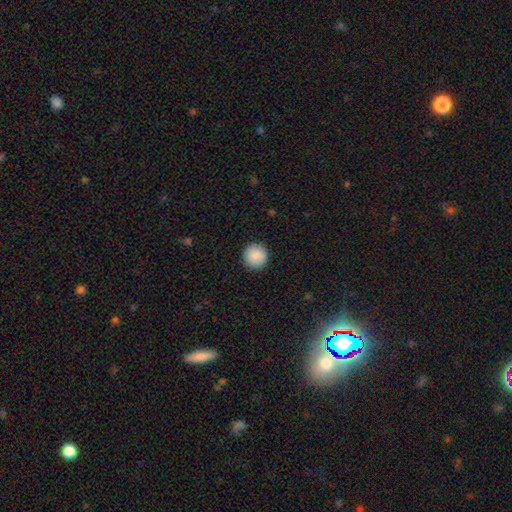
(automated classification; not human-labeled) A smooth galaxy with no disk features (90%) that is round (96%). Merging: none (92%).